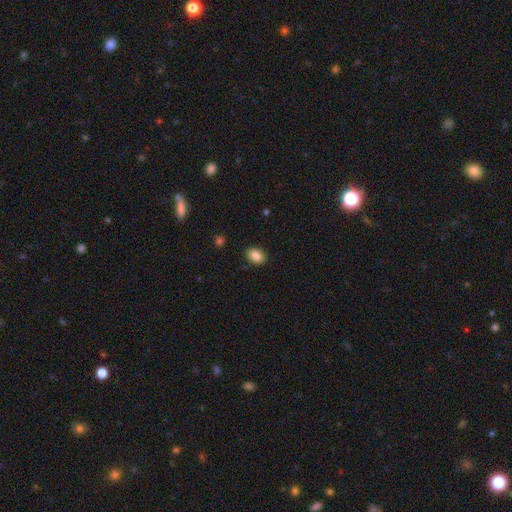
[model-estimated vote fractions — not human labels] Overall: smooth (87%). How rounded: in between (71%). Merging: none (88%).